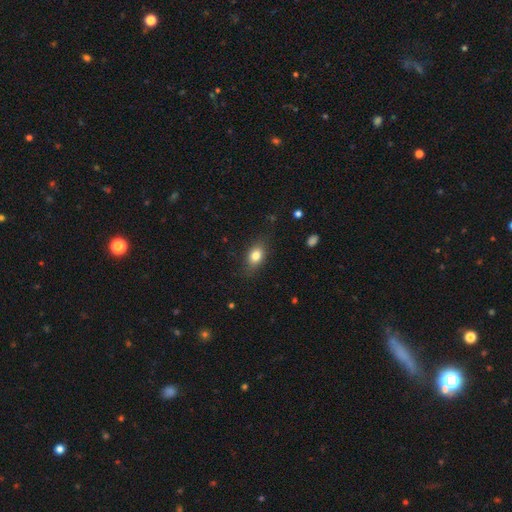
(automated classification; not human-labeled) Smooth or featured? Predicted: smooth (p=0.80). How rounded? Predicted: in between (p=0.77). Merging? Predicted: none (p=0.78).